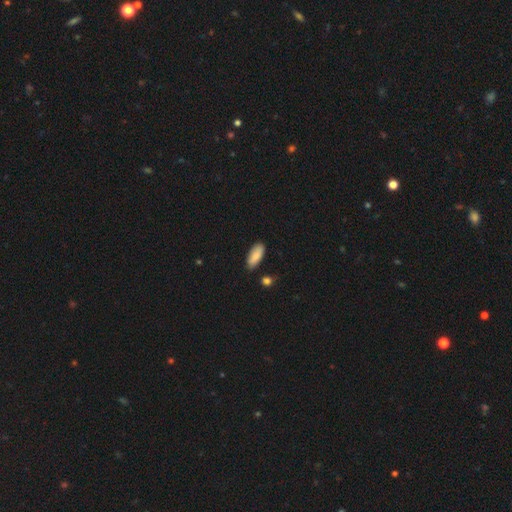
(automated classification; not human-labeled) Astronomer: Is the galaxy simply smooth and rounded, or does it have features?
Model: smooth — 88%.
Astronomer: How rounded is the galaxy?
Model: in between — 83%.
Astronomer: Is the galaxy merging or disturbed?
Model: none — 82%.